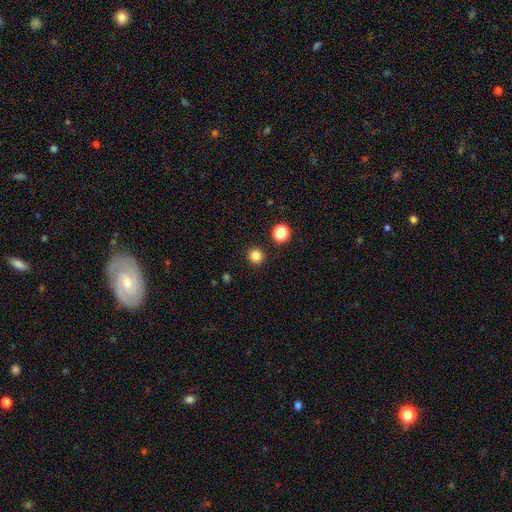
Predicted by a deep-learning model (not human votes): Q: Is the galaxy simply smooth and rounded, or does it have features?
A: smooth — 83%.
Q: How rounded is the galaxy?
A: round — 92%.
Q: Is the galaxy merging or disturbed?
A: none — 91%.